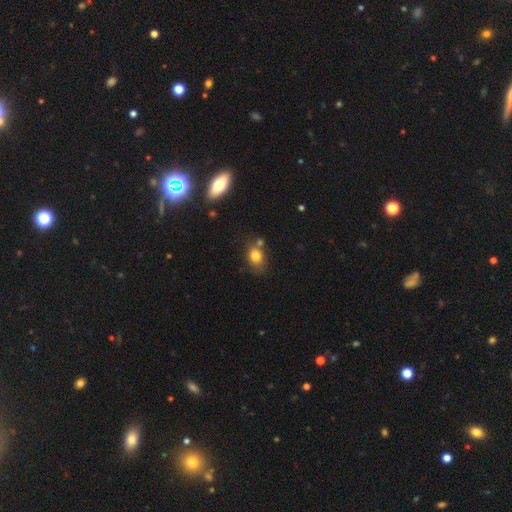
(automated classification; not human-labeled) Smooth or featured?
  - smooth: 80% *
  - star or artifact: 10%
  - featured or disk: 10%
How rounded?
  - in between: 59% *
  - round: 40%
  - cigar-shaped: 2%
Merging?
  - none: 60% *
  - minor disturbance: 19%
  - merger: 15%
  - major disturbance: 5%